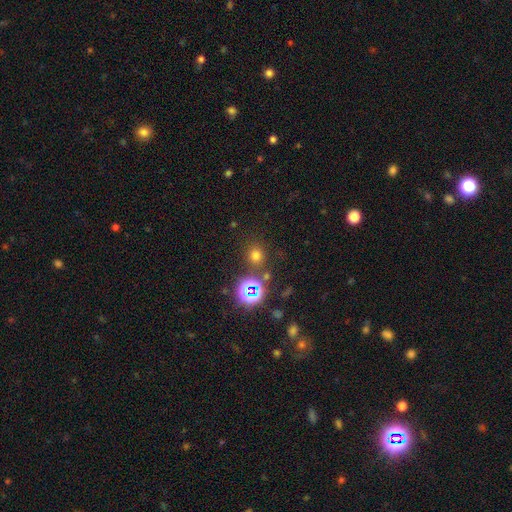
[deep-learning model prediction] smooth 64%, star or artifact 29%, featured or disk 7%. Down the decision tree: how rounded — round (86%); merging — none (81%).